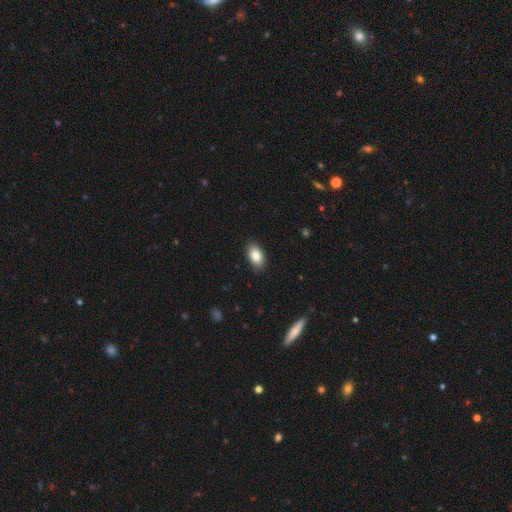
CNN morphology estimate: Smooth or featured? Predicted: smooth (p=0.85). How rounded? Predicted: in between (p=0.92). Merging? Predicted: none (p=0.89).